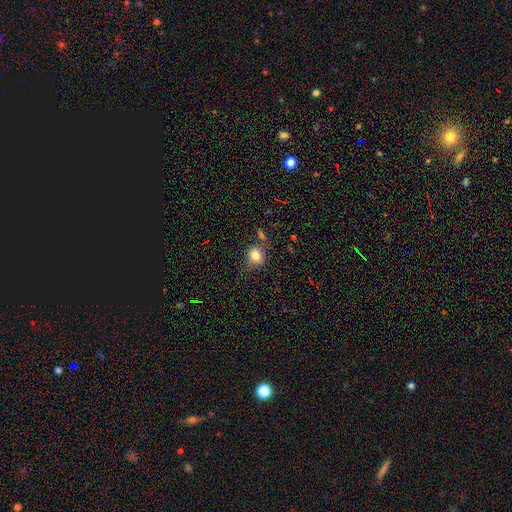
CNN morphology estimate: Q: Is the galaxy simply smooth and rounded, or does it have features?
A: smooth — 80%.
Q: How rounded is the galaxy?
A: round — 77%.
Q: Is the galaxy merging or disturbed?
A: none — 74%.